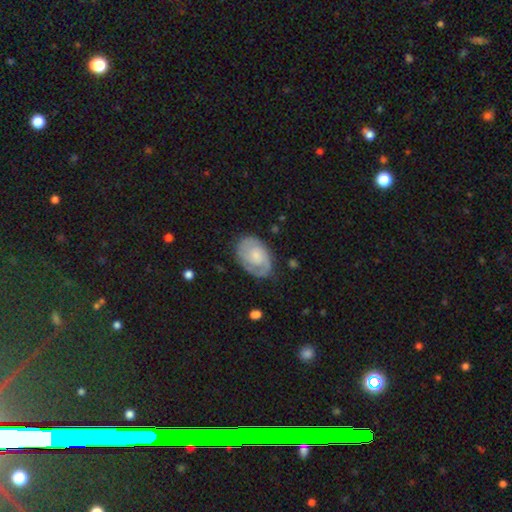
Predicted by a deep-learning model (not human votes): Morphology: type=featured or disk (71%); edge-on=no (97%); bar=no (69%); spiral arms=yes (90%); winding=tight (55%); arm count=2 (64%); bulge=small (52%); merging=none (74%).